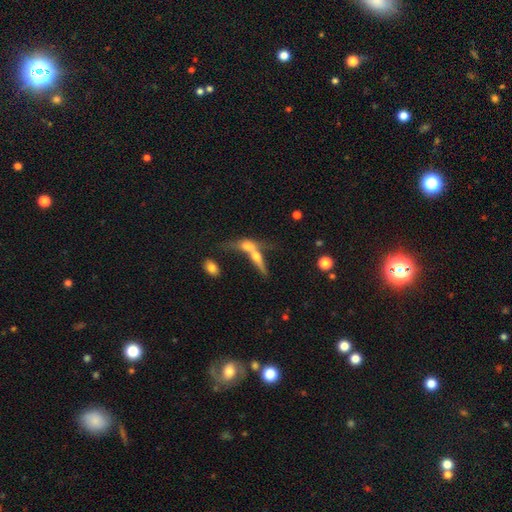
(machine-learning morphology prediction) This is possibly a featured or disk galaxy (50%). Merging: likely merger (62%).